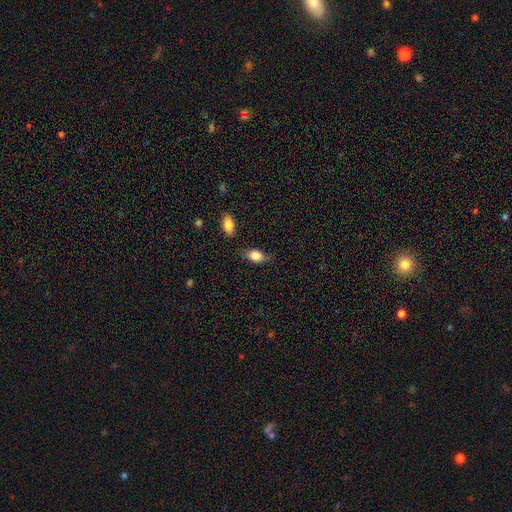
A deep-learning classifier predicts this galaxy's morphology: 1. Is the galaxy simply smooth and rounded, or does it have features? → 80% smooth, 13% featured or disk, 8% star or artifact.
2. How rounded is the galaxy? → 85% in between, 10% round, 5% cigar-shaped.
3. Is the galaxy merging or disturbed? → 73% none, 18% minor disturbance, 5% major disturbance, 4% merger.